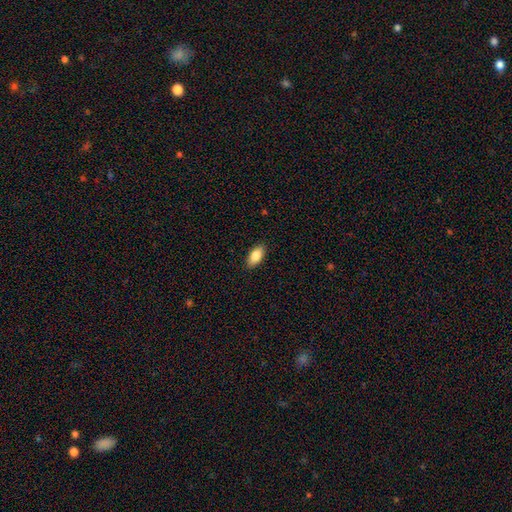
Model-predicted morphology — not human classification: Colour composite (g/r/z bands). It shows a smooth galaxy with no disk features (85%) that is in between round and cigar-shaped (90%). Merging: none (89%).